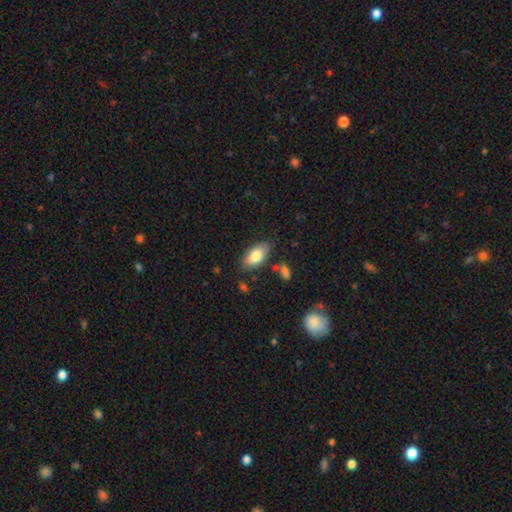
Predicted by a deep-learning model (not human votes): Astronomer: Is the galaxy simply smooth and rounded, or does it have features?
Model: smooth — 80%.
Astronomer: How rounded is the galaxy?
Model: in between — 93%.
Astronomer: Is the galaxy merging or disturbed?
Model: none — 78%.